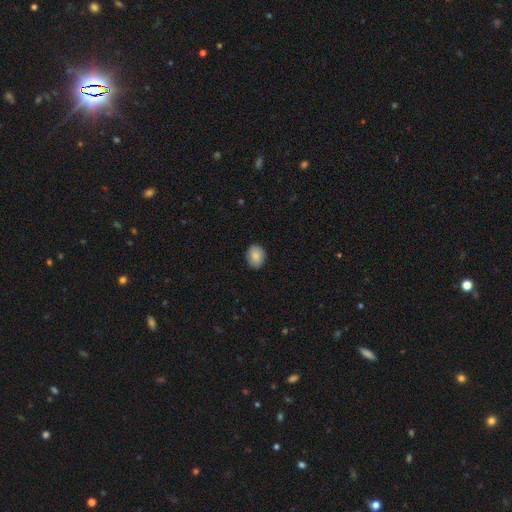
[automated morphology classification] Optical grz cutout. It shows a smooth galaxy with no disk features (86%) that is round (50%). Merging: none (87%).